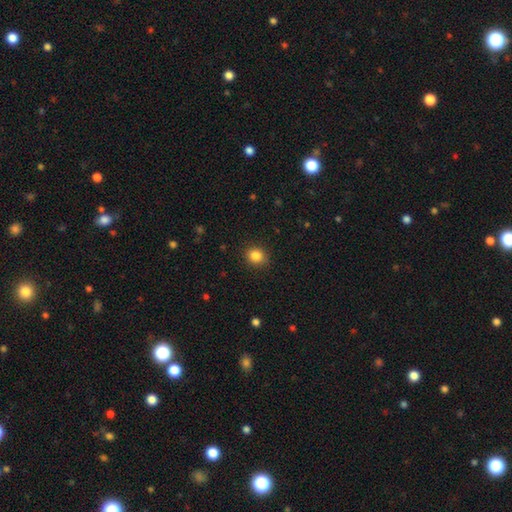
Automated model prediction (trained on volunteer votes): This is clearly a smooth galaxy (85%). How rounded: likely round (72%). Merging: clearly none (89%).